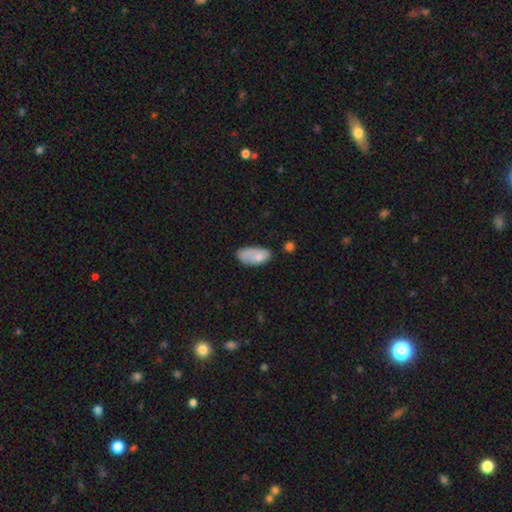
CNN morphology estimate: type=smooth (73%); roundness=in between (91%); merging=none (49%).